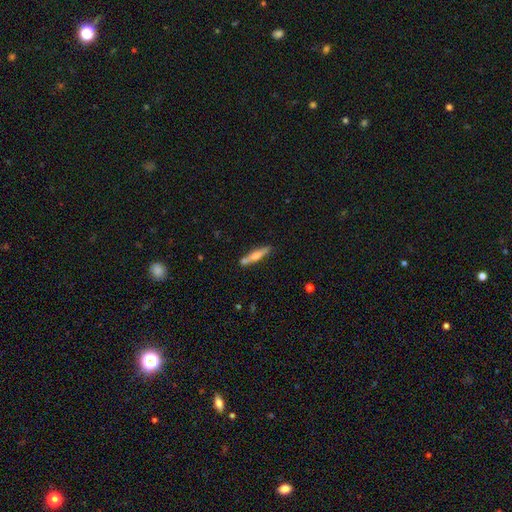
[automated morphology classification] smooth 52%, featured or disk 43%, star or artifact 6%. Down the decision tree: how rounded — cigar-shaped (87%); merging — none (73%).